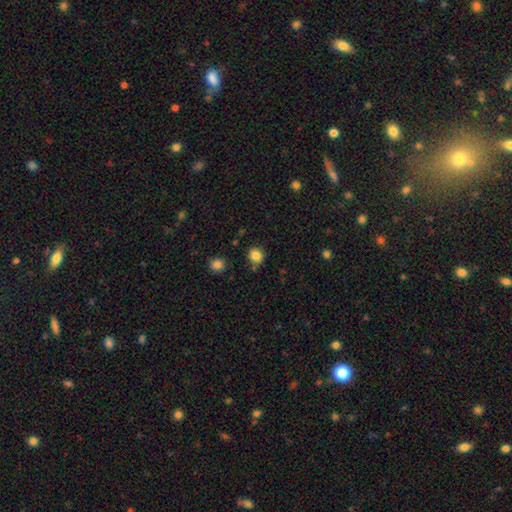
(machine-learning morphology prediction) Smooth or featured: smooth — 84% (star or artifact — 11%)
How rounded: round — 84% (in between — 15%)
Merging: none — 80% (minor disturbance — 11%)